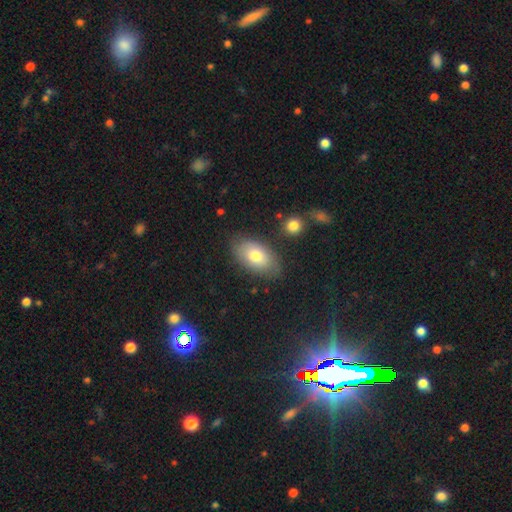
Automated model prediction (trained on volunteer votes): Smooth or featured? smooth (71%)
How rounded? in between (92%)
Merging? none (77%)